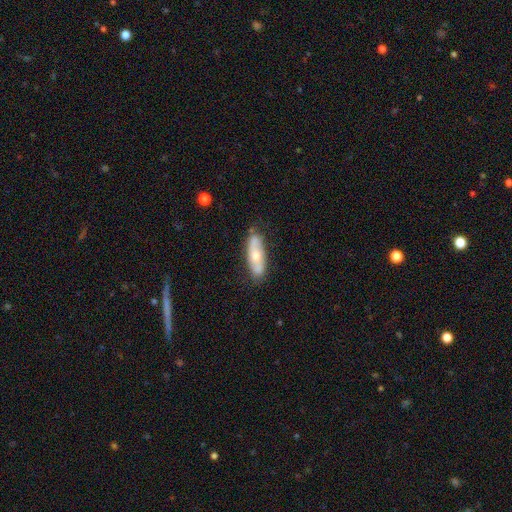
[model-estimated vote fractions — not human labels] smooth-or-featured: smooth: 50% | featured or disk: 44% | star or artifact: 6%
  how-rounded: in between: 59% | cigar-shaped: 39% | round: 3%
  merging: none: 75% | minor disturbance: 19% | major disturbance: 4% | merger: 3%